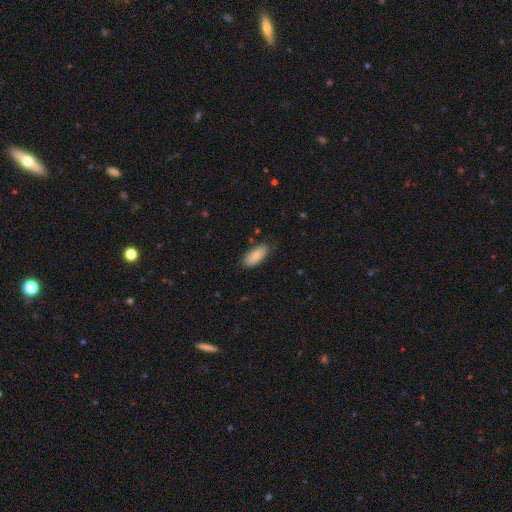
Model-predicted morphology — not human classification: Smooth or featured? smooth (85%)
How rounded? in between (87%)
Merging? none (77%)